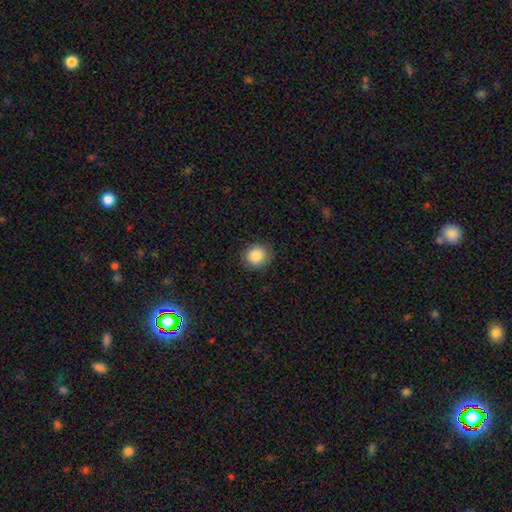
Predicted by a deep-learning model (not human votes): The model was most divided on "how rounded": round: 87%, in between: 12%, cigar-shaped: 1%. More confident: merging — none (89%); smooth or featured — smooth (87%).